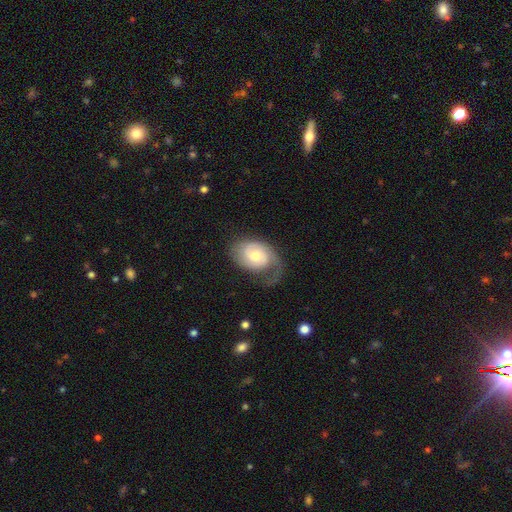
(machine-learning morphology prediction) This appears to be a featured or disk galaxy (71%) with no bar (71%), 1 (52%) tight (42%) spiral arms (90%) and a moderate central bulge (62%). Merging: none (44%).